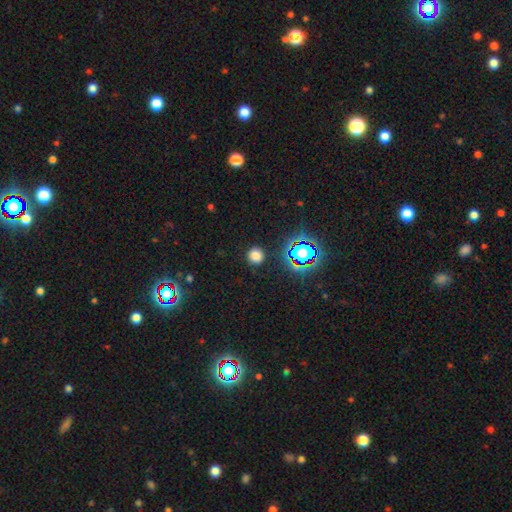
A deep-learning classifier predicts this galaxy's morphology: A smooth galaxy with no disk features (75%) that is round (93%).

Vote fractions:
- Smooth or featured? smooth: 75% / star or artifact: 20% / featured or disk: 5%
- How rounded? round: 93% / in between: 6% / cigar-shaped: 1%
- Merging? none: 90% / minor disturbance: 6% / major disturbance: 3% / merger: 2%